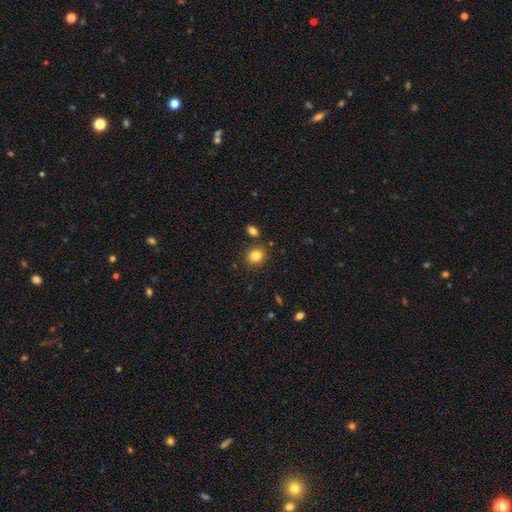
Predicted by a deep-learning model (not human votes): smooth-or-featured: smooth: 83% | star or artifact: 11% | featured or disk: 6%
  how-rounded: round: 69% | in between: 30% | cigar-shaped: 1%
  merging: none: 83% | minor disturbance: 9% | merger: 6% | major disturbance: 3%